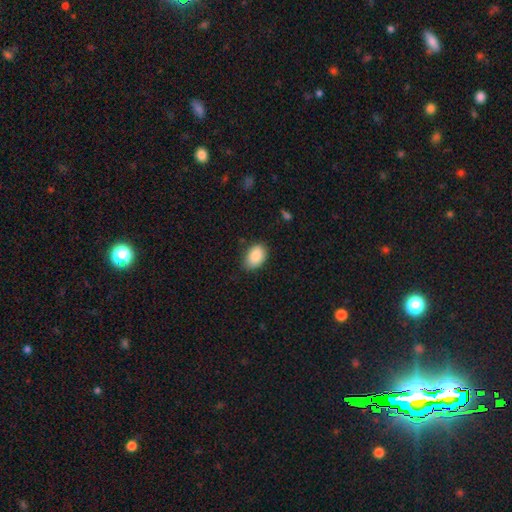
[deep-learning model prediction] Smooth or featured?
  - smooth: 88% *
  - star or artifact: 7%
  - featured or disk: 5%
How rounded?
  - in between: 88% *
  - round: 11%
  - cigar-shaped: 1%
Merging?
  - none: 73% *
  - minor disturbance: 22%
  - major disturbance: 3%
  - merger: 1%